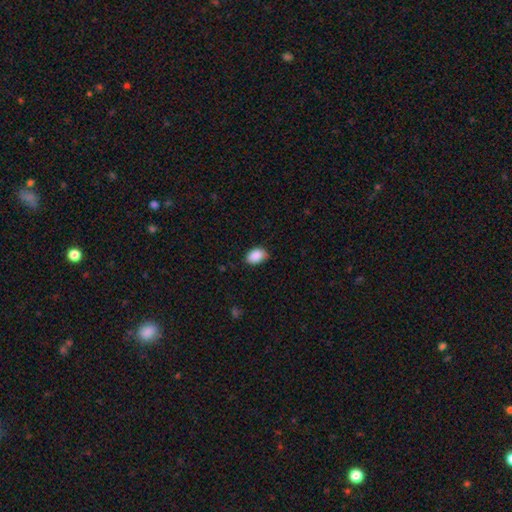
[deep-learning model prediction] smooth_or_featured: smooth (p=0.90) [alt: star or artifact p=0.07]
how_rounded: in between (p=0.86) [alt: round p=0.13]
merging: none (p=0.79) [alt: minor disturbance p=0.17]